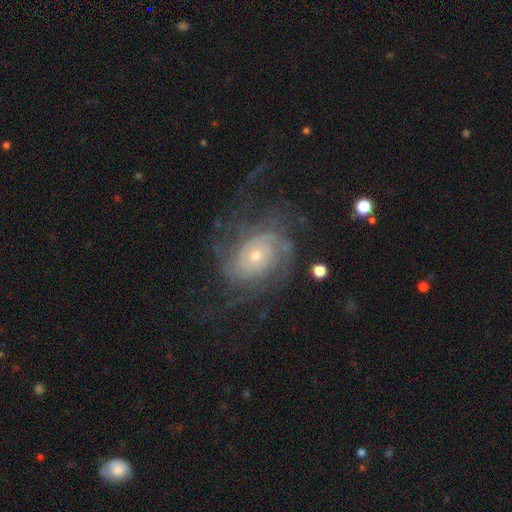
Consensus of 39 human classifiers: Overall: featured or disk (85%). Edge-on disk: no (97%). Bar: no (69%; weak 31%). Spiral arms: yes (97%). Spiral arm count: can't tell (39%; 3 16%). Spiral winding: tight (48%; medium 29%). Bulge size: moderate (56%; small 41%). Merging: none (49%; major disturbance 31%).